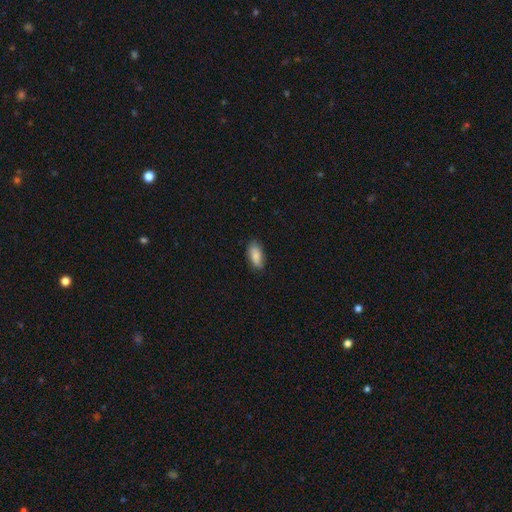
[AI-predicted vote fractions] Q: Smooth or featured?
A: smooth (85%); runner-up: featured or disk (9%)
Q: How rounded?
A: in between (87%); runner-up: cigar-shaped (10%)
Q: Merging?
A: none (78%); runner-up: minor disturbance (18%)